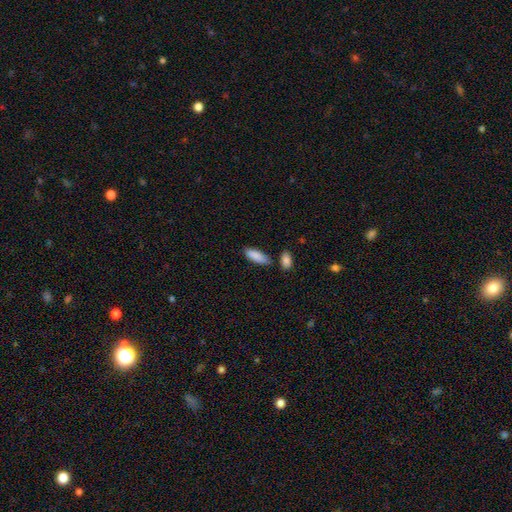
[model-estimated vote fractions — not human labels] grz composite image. It shows a smooth galaxy with no disk features (88%) that is in between round and cigar-shaped (70%). Merging: none (73%).